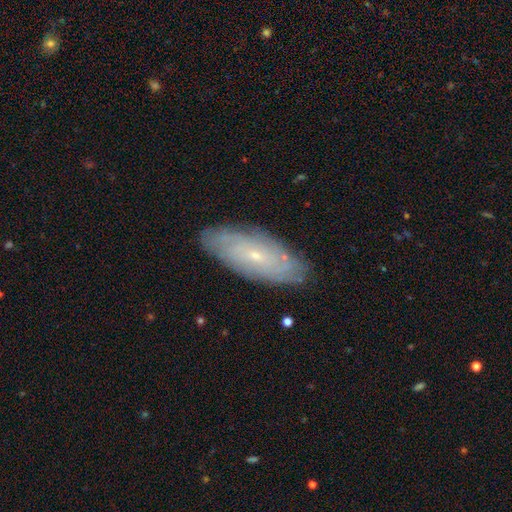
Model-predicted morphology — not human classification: This appears to be a featured or disk galaxy (65%) with no bar (70%), spiral arms (82%) and a small central bulge (80%). Merging: none (85%).